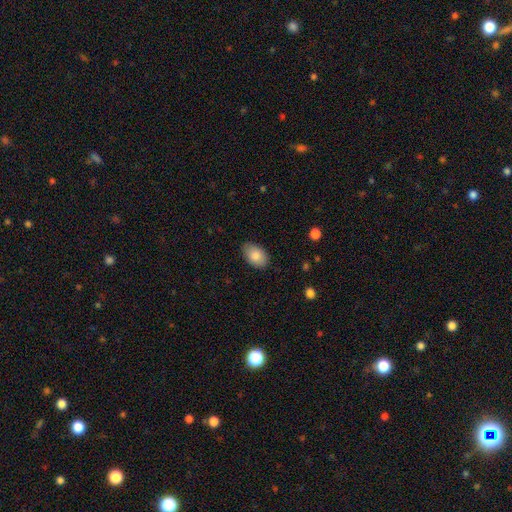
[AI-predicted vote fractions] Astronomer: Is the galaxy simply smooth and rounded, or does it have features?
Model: smooth — 84%.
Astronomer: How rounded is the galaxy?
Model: in between — 89%.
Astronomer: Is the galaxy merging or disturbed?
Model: none — 83%.